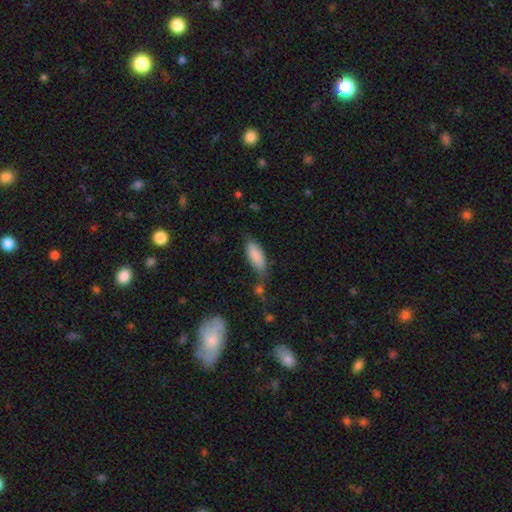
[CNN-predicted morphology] This appears to be a smooth galaxy with no disk features (86%) that is in between round and cigar-shaped (82%). Merging: none (53%).